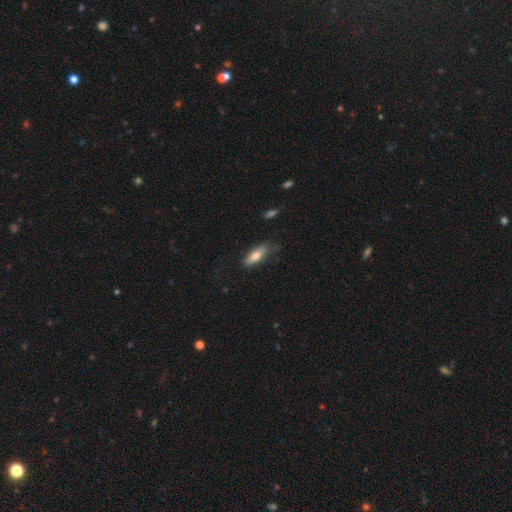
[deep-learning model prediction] Smooth or featured? smooth (75%)
How rounded? in between (59%)
Merging? none (66%)